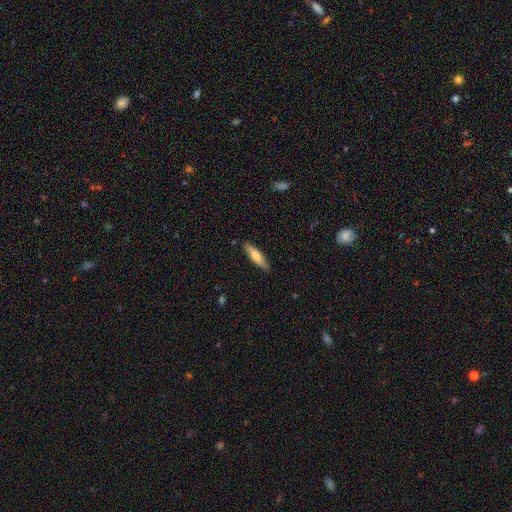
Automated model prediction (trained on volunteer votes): Smooth or featured? smooth (69%)
How rounded? cigar-shaped (68%)
Merging? none (86%)